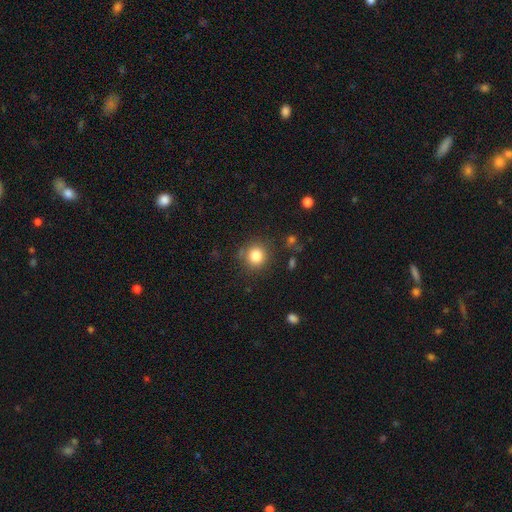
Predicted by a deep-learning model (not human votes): A smooth galaxy with no disk features (82%) that is round (90%).

Vote fractions:
- Smooth or featured? smooth: 82% / star or artifact: 11% / featured or disk: 6%
- How rounded? round: 90% / in between: 9% / cigar-shaped: 1%
- Merging? none: 83% / minor disturbance: 10% / major disturbance: 4% / merger: 3%